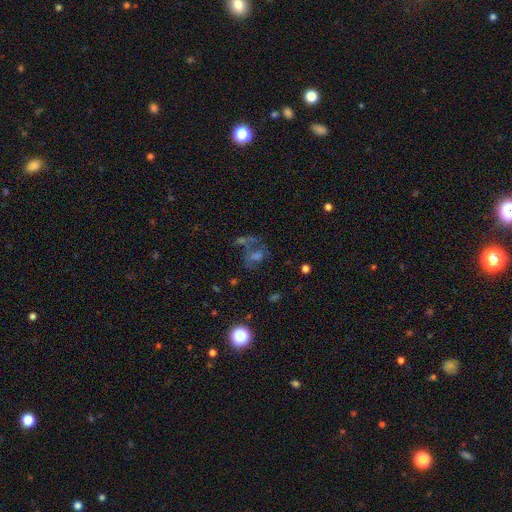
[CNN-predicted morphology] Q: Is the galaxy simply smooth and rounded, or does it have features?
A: featured or disk — 39%.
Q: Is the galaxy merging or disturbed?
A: none — 38%.